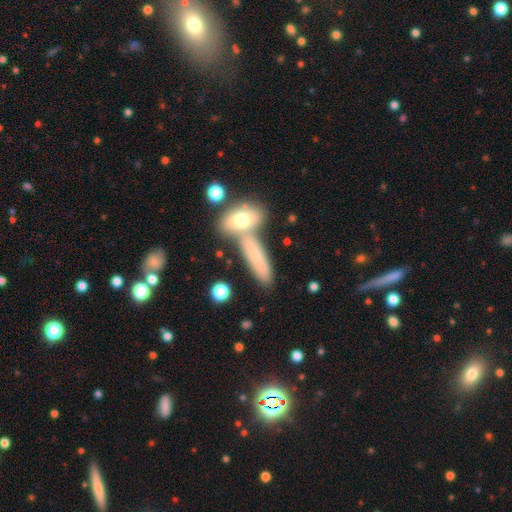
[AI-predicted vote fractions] Smooth or featured: smooth — 69% (featured or disk — 22%)
How rounded: cigar-shaped — 55% (in between — 40%)
Merging: none — 58% (merger — 25%)